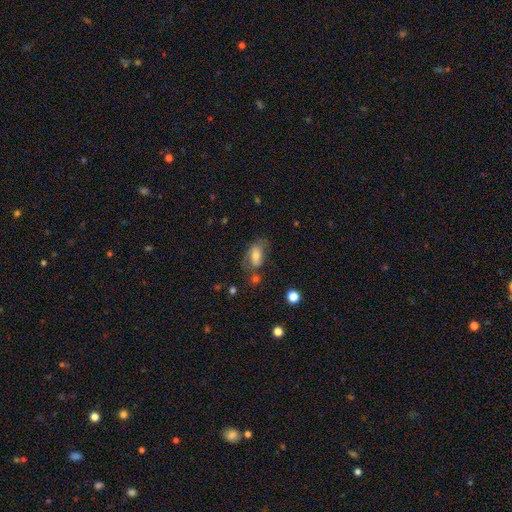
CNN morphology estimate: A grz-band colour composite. It shows a smooth galaxy with no disk features (59%) that is in between round and cigar-shaped (87%). Merging: none (51%).